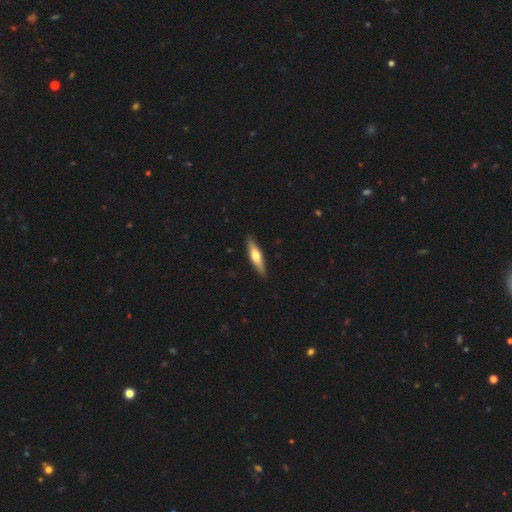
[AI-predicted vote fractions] Smooth or featured? smooth (51%)
How rounded? cigar-shaped (73%)
Merging? none (90%)